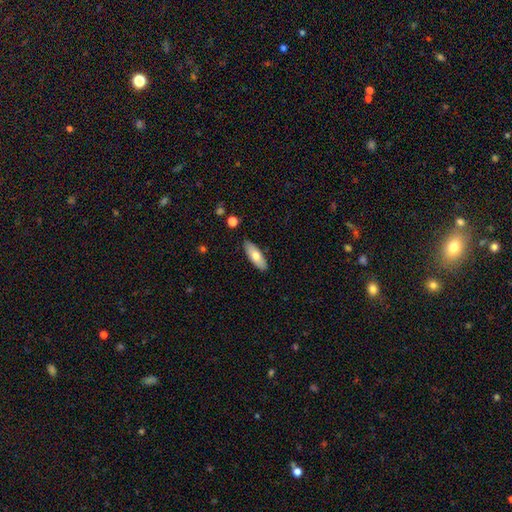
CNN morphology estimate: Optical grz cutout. It shows a smooth galaxy with no disk features (69%) that is in between round and cigar-shaped (68%). Merging: none (87%).